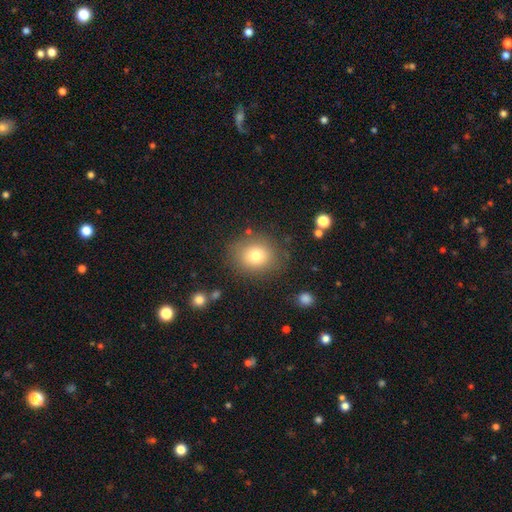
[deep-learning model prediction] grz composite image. It shows a smooth galaxy with no disk features (76%) that is round (69%). Merging: none (82%).